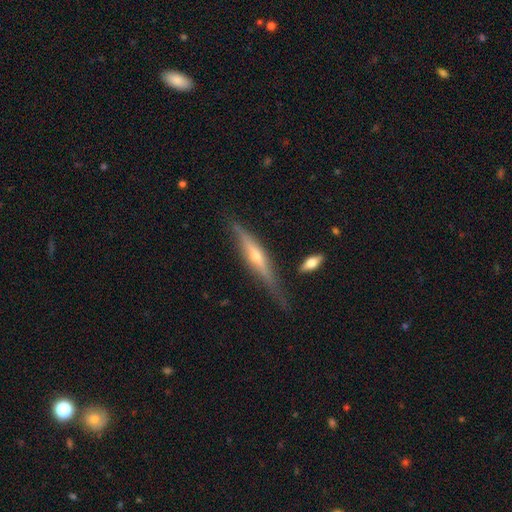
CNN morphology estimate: Smooth or featured? Predicted: featured or disk (p=0.73). Edge-on disk? Predicted: yes (p=0.95). Edge-on bulge? Predicted: rounded (p=0.82). Merging? Predicted: none (p=0.76).